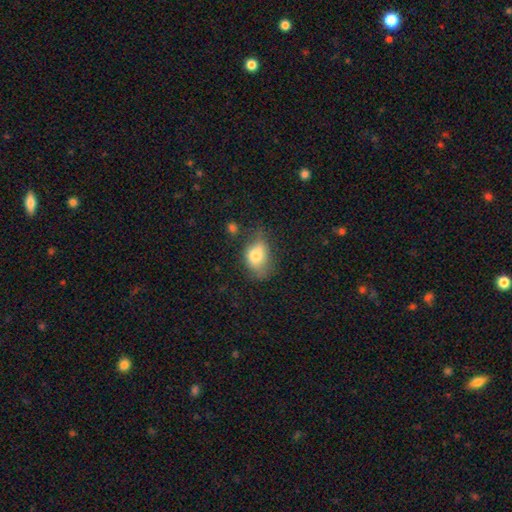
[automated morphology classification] Smooth or featured? smooth (73%)
How rounded? in between (76%)
Merging? none (39%)